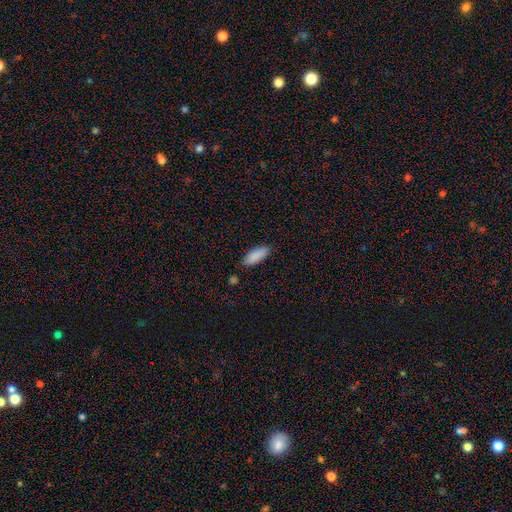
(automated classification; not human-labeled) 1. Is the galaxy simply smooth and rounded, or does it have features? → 89% smooth, 6% star or artifact, 4% featured or disk.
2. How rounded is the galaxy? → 73% in between, 25% cigar-shaped, 2% round.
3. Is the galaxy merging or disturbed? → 84% none, 11% minor disturbance, 2% major disturbance, 2% merger.